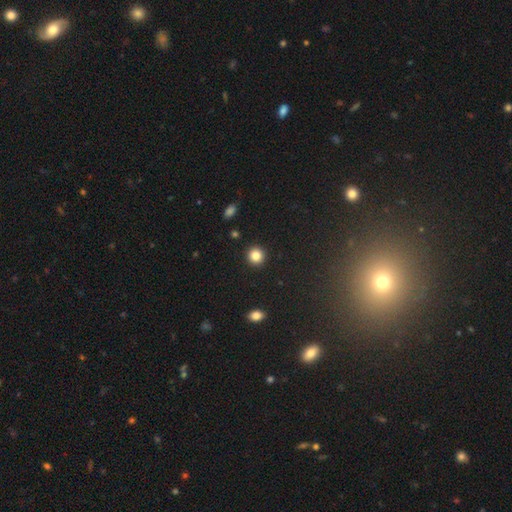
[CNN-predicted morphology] This appears to be a smooth galaxy with no disk features (84%) that is round (92%). Merging: none (92%).